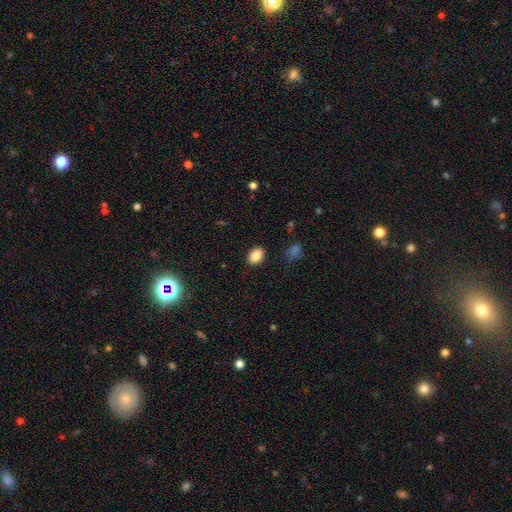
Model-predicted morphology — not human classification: Smooth or featured? smooth (86%)
How rounded? in between (73%)
Merging? none (87%)